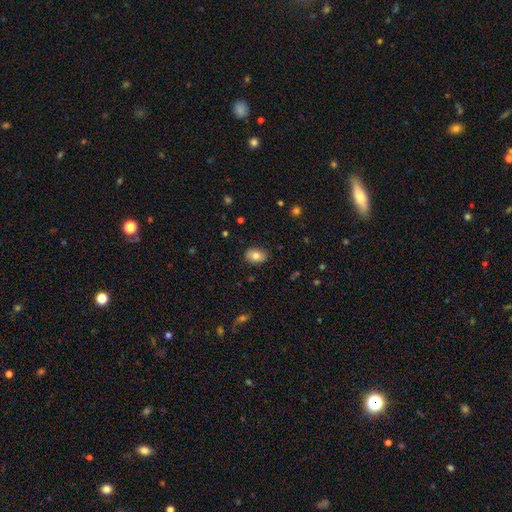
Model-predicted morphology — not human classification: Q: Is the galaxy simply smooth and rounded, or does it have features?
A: smooth — 79%.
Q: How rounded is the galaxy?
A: in between — 80%.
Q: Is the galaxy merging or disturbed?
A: none — 86%.